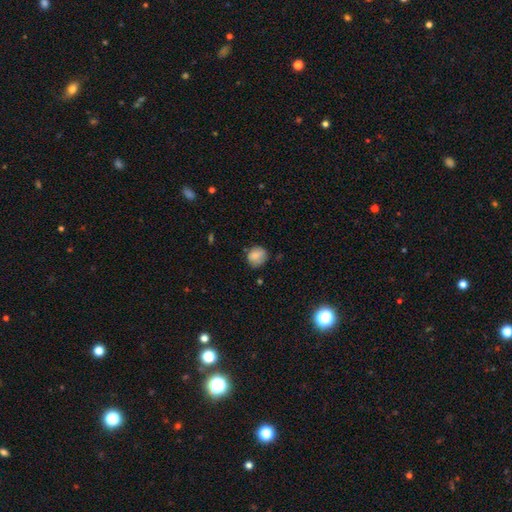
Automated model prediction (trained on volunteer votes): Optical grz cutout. It shows a smooth galaxy with no disk features (82%) that is round (74%). Merging: none (70%).